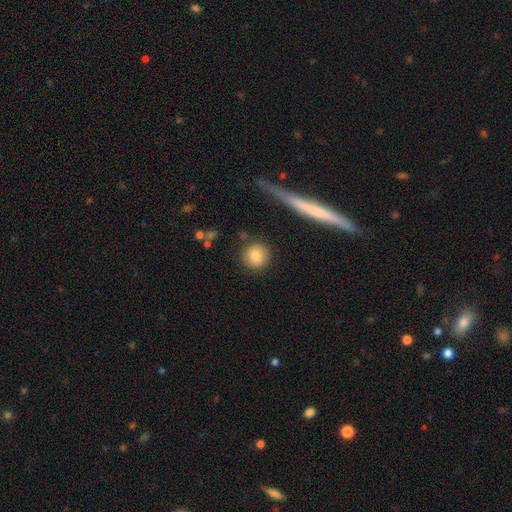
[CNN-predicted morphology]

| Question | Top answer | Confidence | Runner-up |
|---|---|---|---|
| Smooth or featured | smooth | 81% | featured or disk (11%) |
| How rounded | round | 90% | in between (8%) |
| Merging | none | 84% | minor disturbance (10%) |